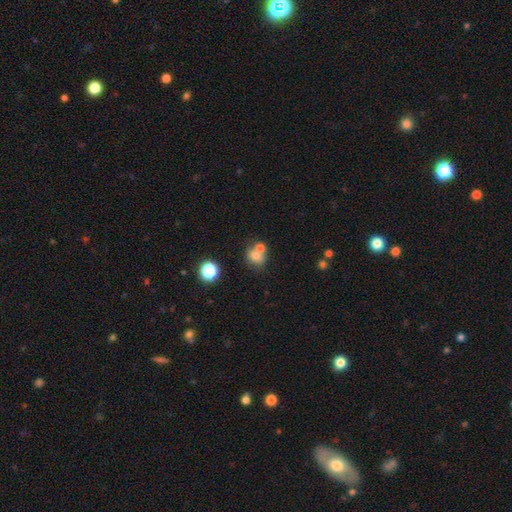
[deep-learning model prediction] Morphology: type=smooth (71%); roundness=round (66%); merging=none (44%).